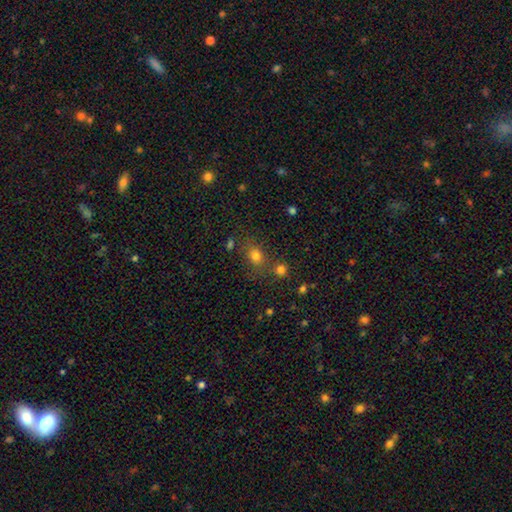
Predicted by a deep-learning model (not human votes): A smooth galaxy with no disk features (73%) that is round (55%). Merging: none (67%).